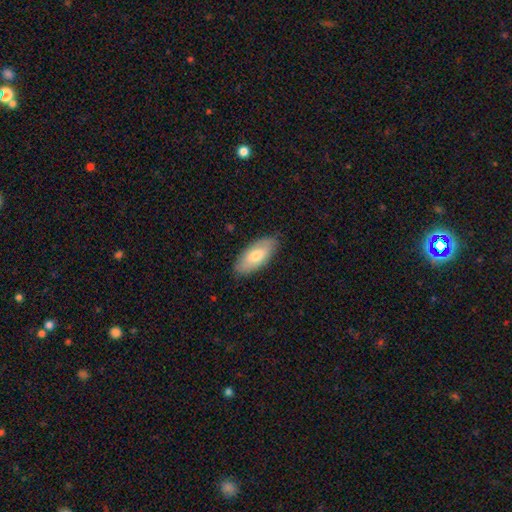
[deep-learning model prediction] smooth_or_featured: smooth (p=0.70) [alt: featured or disk p=0.24]
how_rounded: in between (p=0.86) [alt: cigar-shaped p=0.12]
merging: none (p=0.85) [alt: minor disturbance p=0.12]